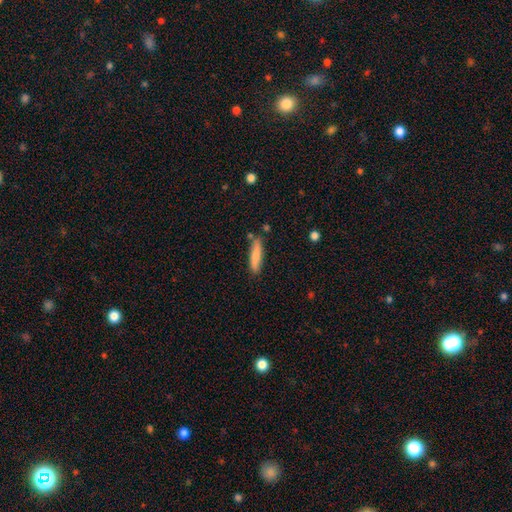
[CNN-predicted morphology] smooth 78%, featured or disk 16%, star or artifact 6%. Down the decision tree: how rounded — cigar-shaped (83%); merging — none (78%).